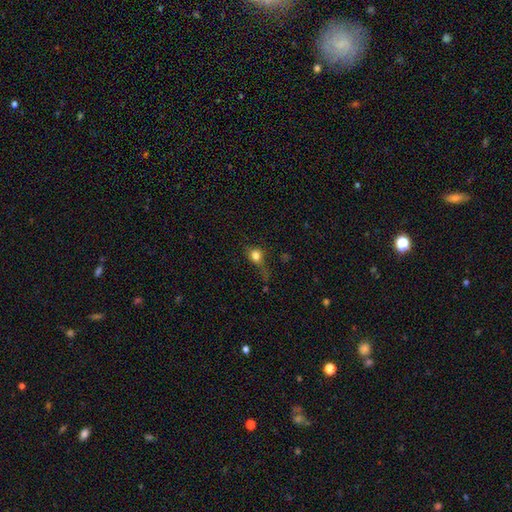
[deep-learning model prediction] Q: Smooth or featured?
A: smooth (73%); runner-up: star or artifact (14%)
Q: How rounded?
A: round (68%); runner-up: in between (28%)
Q: Merging?
A: none (38%); runner-up: major disturbance (31%)